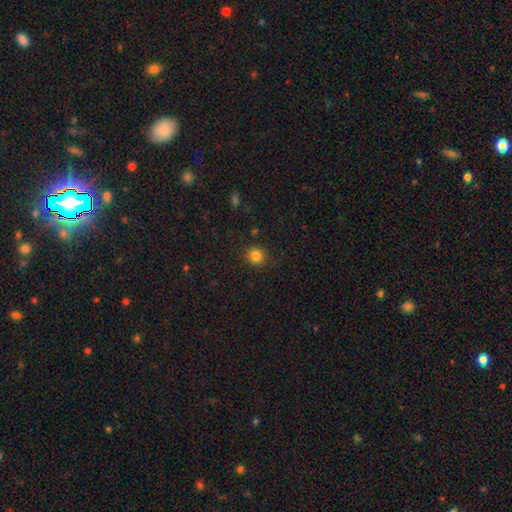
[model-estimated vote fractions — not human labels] smooth-or-featured: smooth: 84% | star or artifact: 12% | featured or disk: 4%
  how-rounded: round: 86% | in between: 13% | cigar-shaped: 1%
  merging: none: 89% | minor disturbance: 7% | major disturbance: 2% | merger: 1%